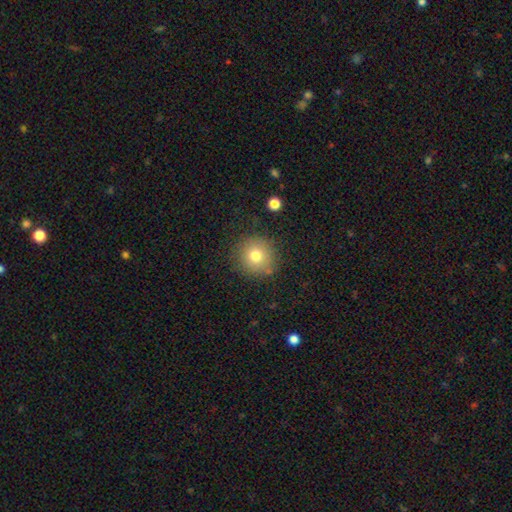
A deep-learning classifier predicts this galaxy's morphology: smooth-or-featured: smooth: 76% | star or artifact: 12% | featured or disk: 12%
  how-rounded: round: 93% | in between: 6% | cigar-shaped: 1%
  merging: none: 85% | minor disturbance: 10% | major disturbance: 3% | merger: 2%